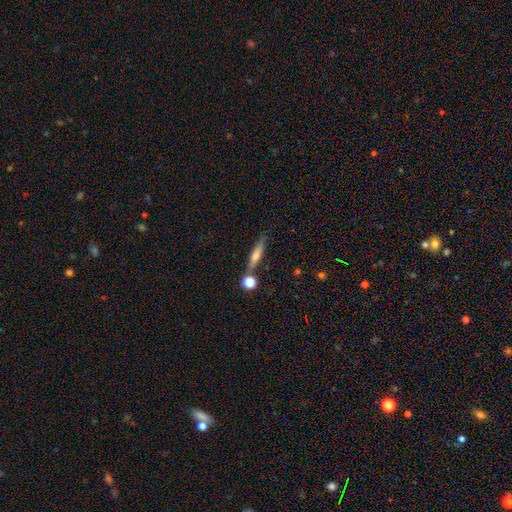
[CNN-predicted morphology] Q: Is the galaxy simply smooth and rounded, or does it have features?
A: featured or disk — 46%.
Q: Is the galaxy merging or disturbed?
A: none — 76%.